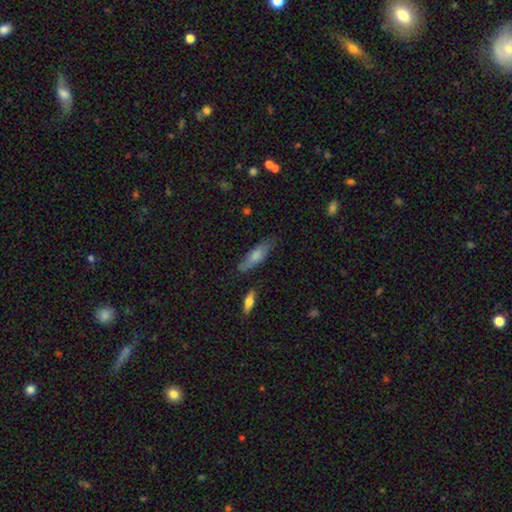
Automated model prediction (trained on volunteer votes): smooth_or_featured: smooth (p=0.70) [alt: featured or disk p=0.23]
how_rounded: in between (p=0.50) [alt: cigar-shaped p=0.48]
merging: none (p=0.70) [alt: minor disturbance p=0.22]